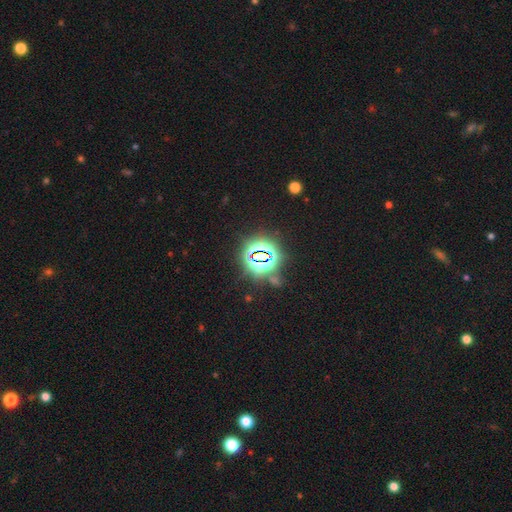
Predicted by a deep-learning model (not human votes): Q: Smooth or featured?
A: star or artifact (80%); runner-up: smooth (12%)